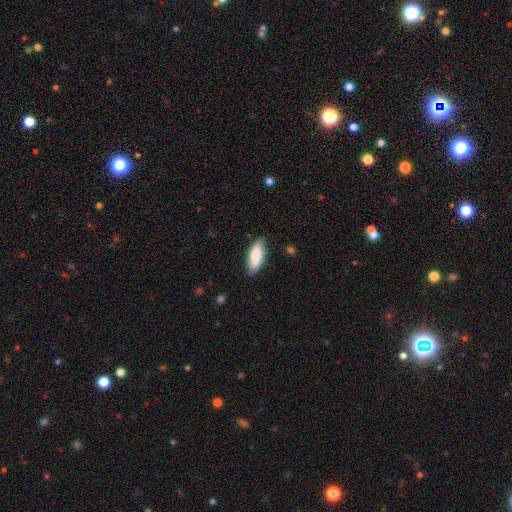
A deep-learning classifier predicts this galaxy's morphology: A smooth galaxy with no disk features (78%) that is in between round and cigar-shaped (75%). Merging: none (76%).